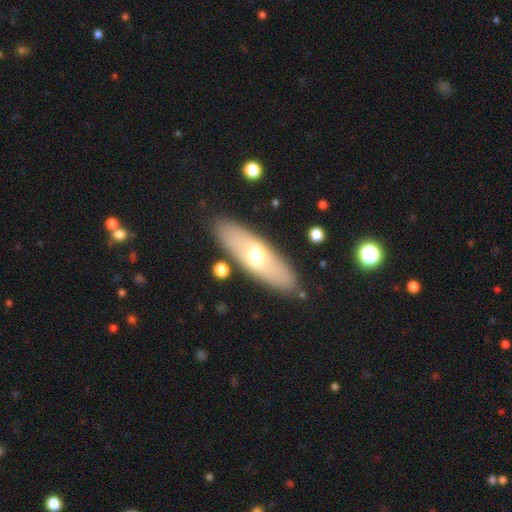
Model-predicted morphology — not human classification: type=smooth (53%); roundness=in between (57%); merging=none (86%).